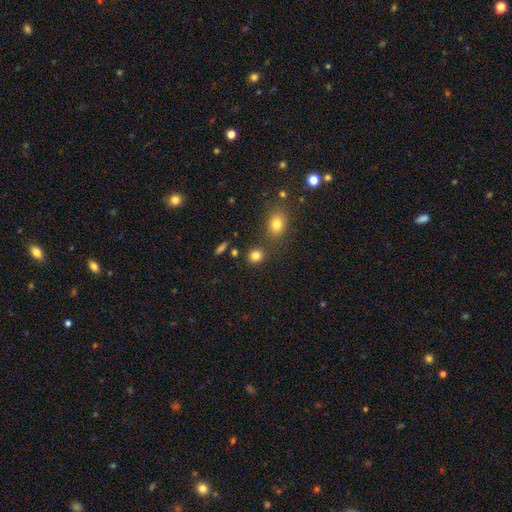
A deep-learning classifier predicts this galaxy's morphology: type=smooth (82%); roundness=round (81%); merging=none (80%).